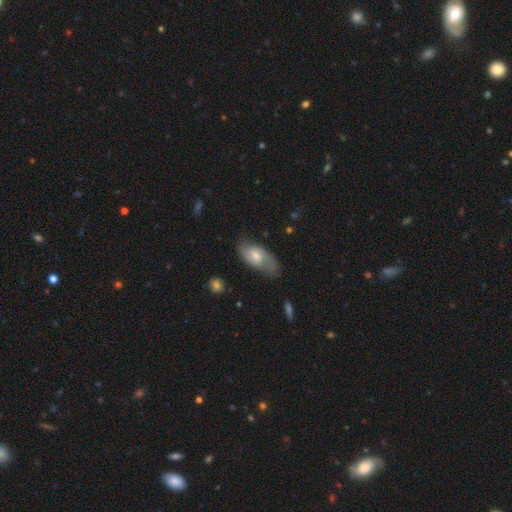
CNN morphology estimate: A featured or disk galaxy (47%).

Vote fractions:
- Smooth or featured? featured or disk: 47% / smooth: 46% / star or artifact: 7%
- Merging? none: 63% / minor disturbance: 26% / major disturbance: 10% / merger: 2%